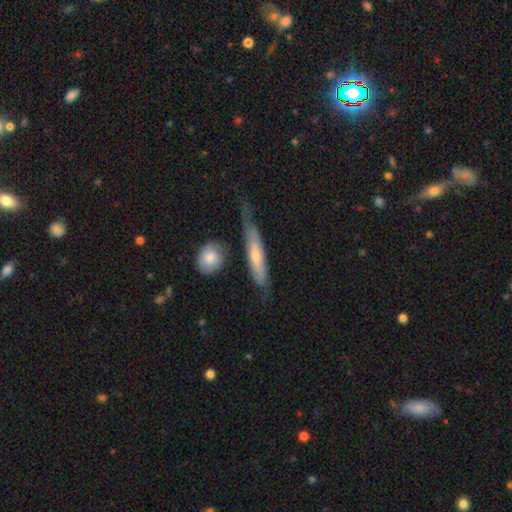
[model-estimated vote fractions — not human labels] Smooth or featured? Predicted: smooth (p=0.48). Merging? Predicted: none (p=0.50).